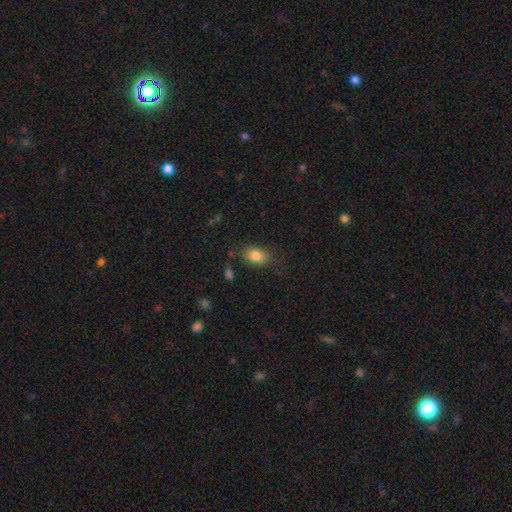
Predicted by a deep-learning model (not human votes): smooth-or-featured: smooth: 82% | star or artifact: 9% | featured or disk: 8%
  how-rounded: in between: 78% | round: 20% | cigar-shaped: 2%
  merging: none: 72% | minor disturbance: 18% | major disturbance: 7% | merger: 3%